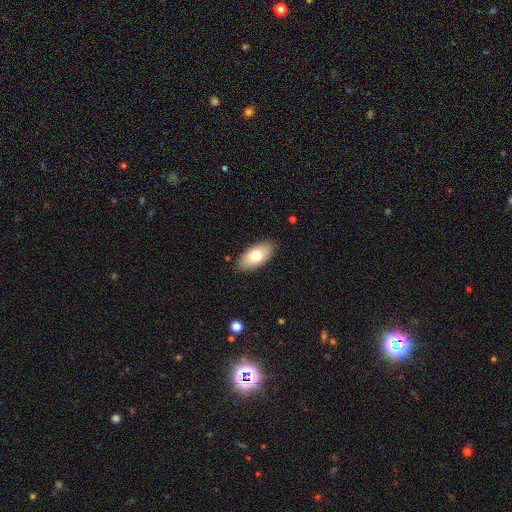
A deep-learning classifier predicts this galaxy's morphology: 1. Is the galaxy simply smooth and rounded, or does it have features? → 77% smooth, 17% featured or disk, 6% star or artifact.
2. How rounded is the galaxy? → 93% in between, 5% cigar-shaped, 2% round.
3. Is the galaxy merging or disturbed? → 87% none, 10% minor disturbance, 2% major disturbance, 1% merger.